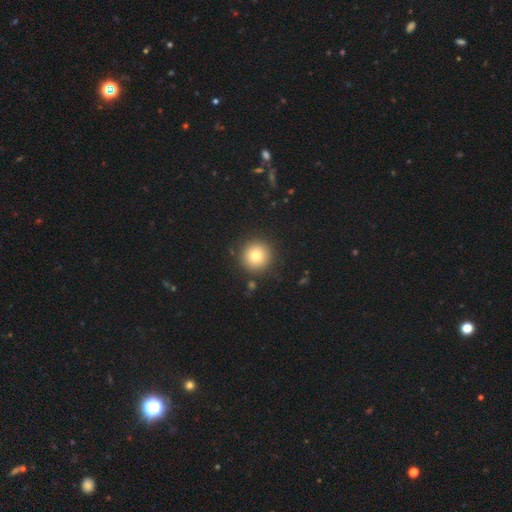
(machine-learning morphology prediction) Smooth or featured?
  - smooth: 80% *
  - star or artifact: 11%
  - featured or disk: 10%
How rounded?
  - round: 96% *
  - in between: 3%
  - cigar-shaped: 1%
Merging?
  - none: 89% *
  - minor disturbance: 6%
  - major disturbance: 2%
  - merger: 2%